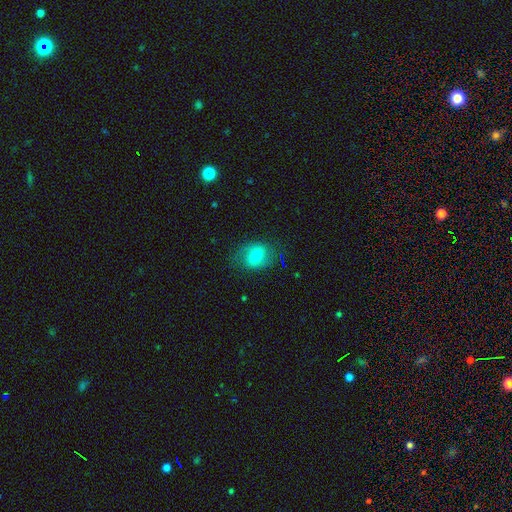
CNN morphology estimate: A smooth galaxy with no disk features (52%) that is in between round and cigar-shaped (67%).

Vote fractions:
- Smooth or featured? smooth: 52% / featured or disk: 39% / star or artifact: 9%
- How rounded? in between: 67% / round: 31% / cigar-shaped: 2%
- Merging? none: 71% / minor disturbance: 19% / major disturbance: 9% / merger: 1%